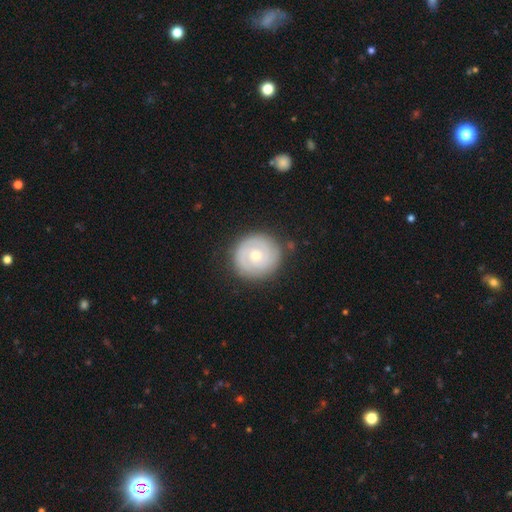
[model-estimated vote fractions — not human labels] Smooth or featured: featured or disk — 65% (smooth — 29%)
Edge-on disk: no — 98% (yes — 2%)
Bar: no — 78% (weak — 19%)
Spiral arms: yes — 81% (no — 19%)
Spiral winding: tight — 77% (medium — 17%)
Spiral arm count: 2 — 51% (can't tell — 27%)
Bulge size: moderate — 52% (small — 44%)
Merging: none — 85% (minor disturbance — 10%)